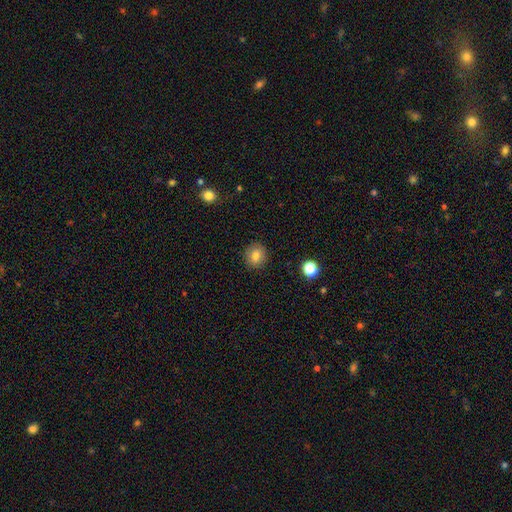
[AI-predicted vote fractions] Q: Smooth or featured?
A: smooth (81%); runner-up: star or artifact (10%)
Q: How rounded?
A: round (83%); runner-up: in between (16%)
Q: Merging?
A: none (90%); runner-up: minor disturbance (7%)